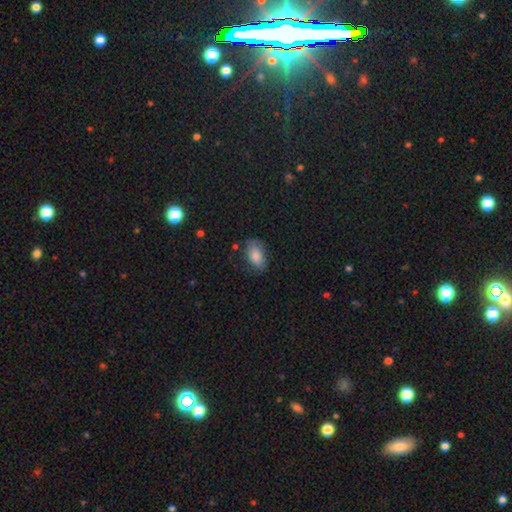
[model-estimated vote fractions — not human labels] smooth 82%, featured or disk 10%, star or artifact 8%. Down the decision tree: how rounded — in between (90%); merging — none (69%).